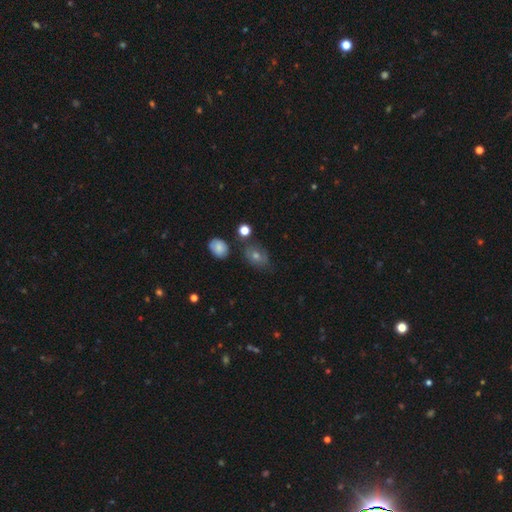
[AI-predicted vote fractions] Q: Smooth or featured?
A: smooth (51%); runner-up: featured or disk (26%)
Q: How rounded?
A: in between (62%); runner-up: round (37%)
Q: Merging?
A: none (69%); runner-up: minor disturbance (18%)